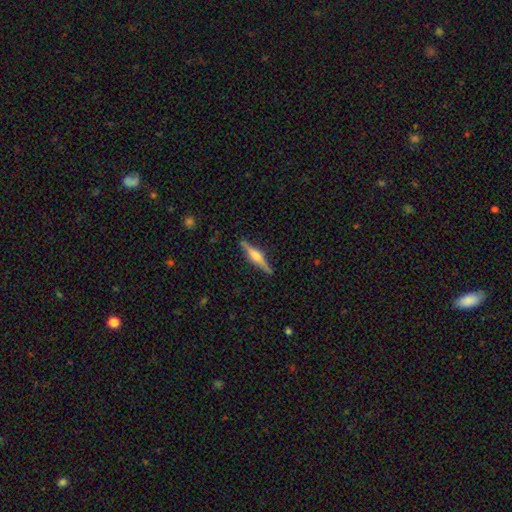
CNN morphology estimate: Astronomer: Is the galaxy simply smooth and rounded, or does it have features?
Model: featured or disk — 77%.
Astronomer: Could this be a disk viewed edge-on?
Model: yes — 98%.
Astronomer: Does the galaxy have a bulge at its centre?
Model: rounded — 88%.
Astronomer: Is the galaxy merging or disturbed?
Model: none — 89%.